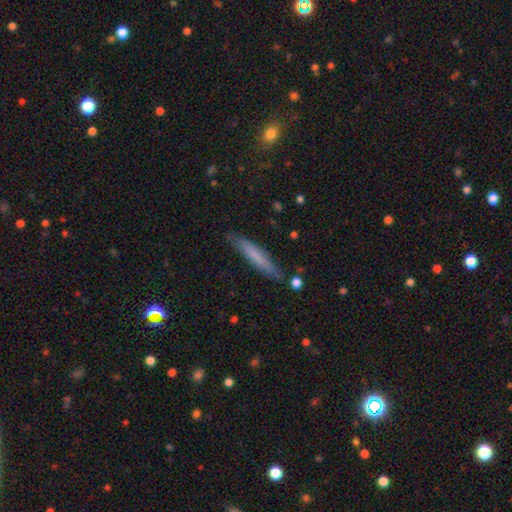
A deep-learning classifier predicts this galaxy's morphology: Smooth or featured? smooth (66%)
How rounded? cigar-shaped (92%)
Merging? none (84%)